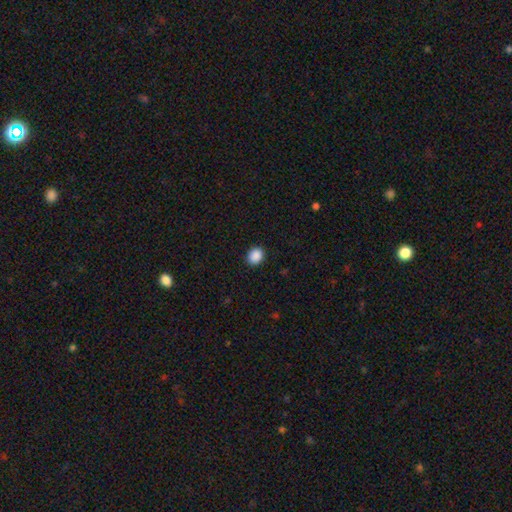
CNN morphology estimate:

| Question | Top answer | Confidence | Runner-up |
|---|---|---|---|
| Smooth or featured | smooth | 89% | star or artifact (8%) |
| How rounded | round | 63% | in between (36%) |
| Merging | none | 90% | minor disturbance (7%) |